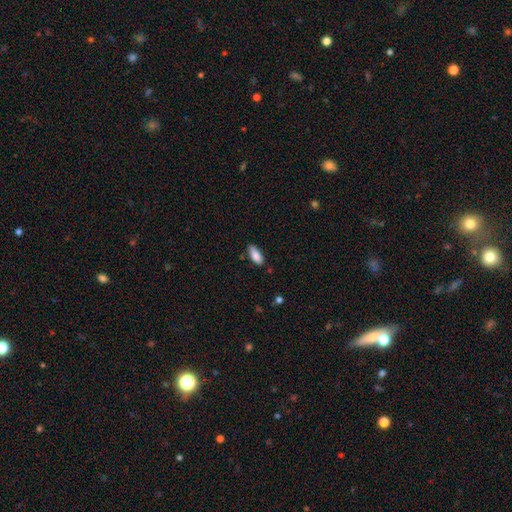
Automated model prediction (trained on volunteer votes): smooth-or-featured: smooth: 85% | featured or disk: 8% | star or artifact: 6%
  how-rounded: in between: 78% | cigar-shaped: 20% | round: 2%
  merging: none: 80% | minor disturbance: 15% | major disturbance: 2% | merger: 2%